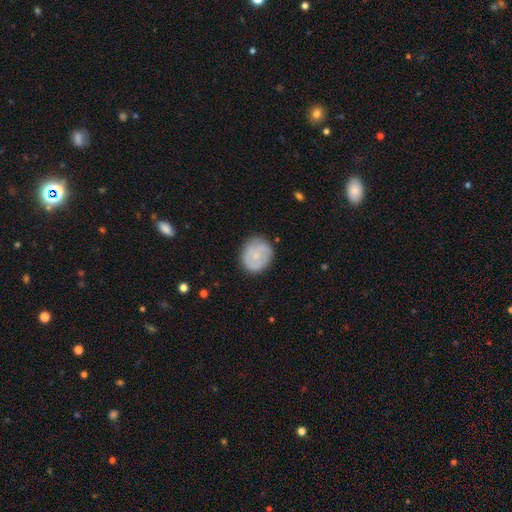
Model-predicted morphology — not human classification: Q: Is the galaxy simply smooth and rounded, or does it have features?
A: smooth — 51%.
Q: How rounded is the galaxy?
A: round — 81%.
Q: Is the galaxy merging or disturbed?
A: none — 80%.